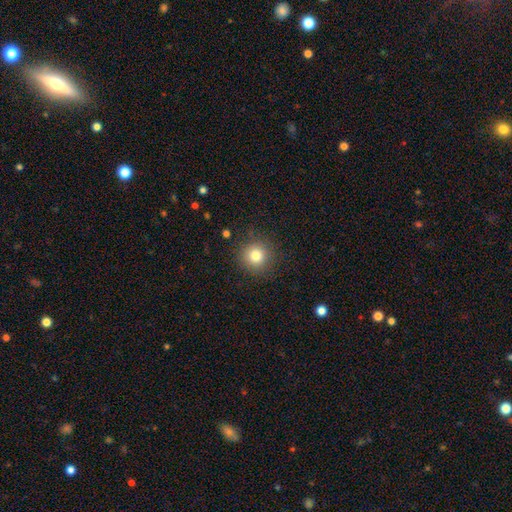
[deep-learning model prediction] Overall: smooth (81%). How rounded: round (94%). Merging: none (88%).